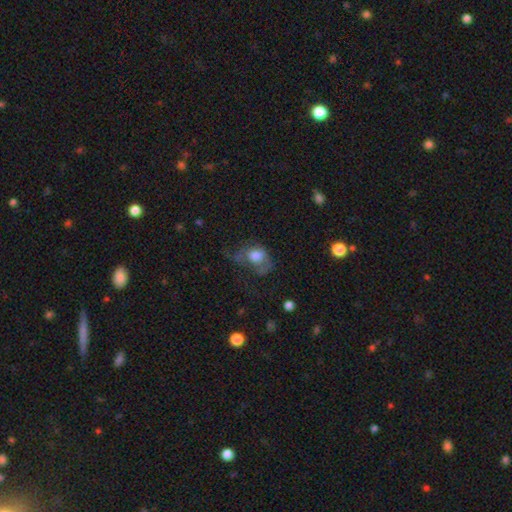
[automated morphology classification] smooth_or_featured: smooth (p=0.60) [alt: featured or disk p=0.29]
how_rounded: in between (p=0.63) [alt: round p=0.36]
merging: major disturbance (p=0.53) [alt: none p=0.22]